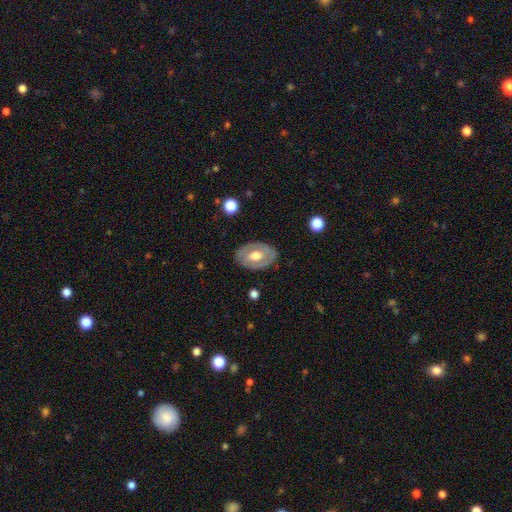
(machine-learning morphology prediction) type=featured or disk (56%); edge-on=no (91%); bar=no (62%); spiral arms=no (72%); bulge=moderate (61%); merging=none (81%).